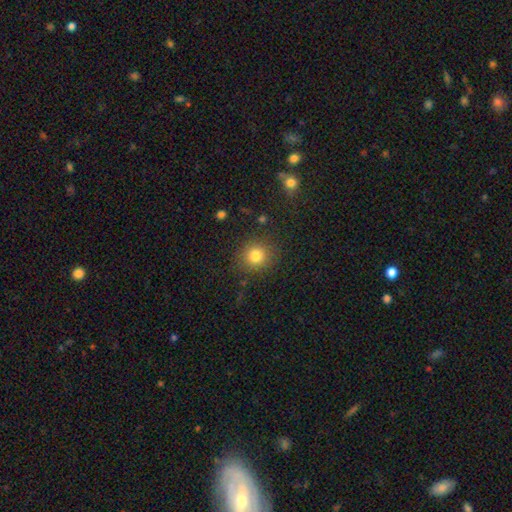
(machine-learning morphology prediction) smooth 81%, star or artifact 12%, featured or disk 6%. Down the decision tree: how rounded — round (88%); merging — none (86%).